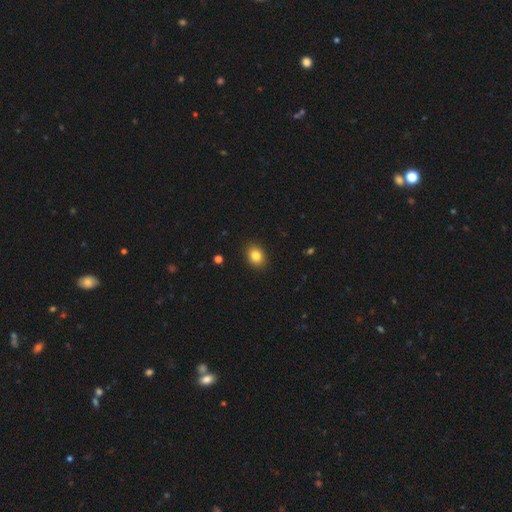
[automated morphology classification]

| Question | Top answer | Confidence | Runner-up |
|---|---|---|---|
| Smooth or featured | smooth | 83% | star or artifact (10%) |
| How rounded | in between | 54% | round (45%) |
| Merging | none | 90% | minor disturbance (7%) |